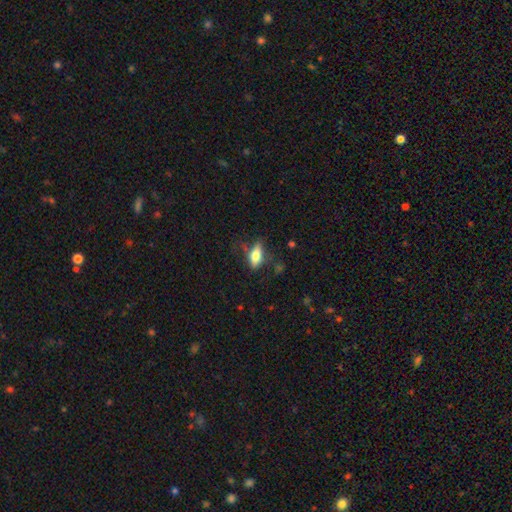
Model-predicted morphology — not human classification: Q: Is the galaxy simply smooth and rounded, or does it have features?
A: smooth — 68%.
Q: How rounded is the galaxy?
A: in between — 74%.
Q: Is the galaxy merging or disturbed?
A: none — 62%.